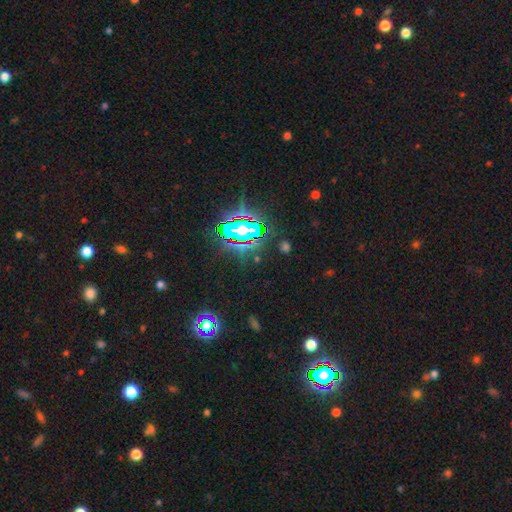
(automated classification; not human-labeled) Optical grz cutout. It shows a star or artifact, not a galaxy (77%).